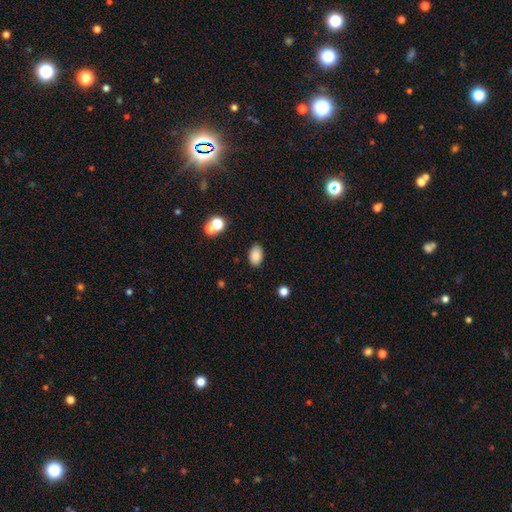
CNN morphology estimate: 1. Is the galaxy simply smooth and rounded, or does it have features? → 86% smooth, 9% star or artifact, 5% featured or disk.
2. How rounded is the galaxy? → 91% in between, 7% round, 1% cigar-shaped.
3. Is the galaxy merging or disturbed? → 86% none, 9% minor disturbance, 3% major disturbance, 3% merger.